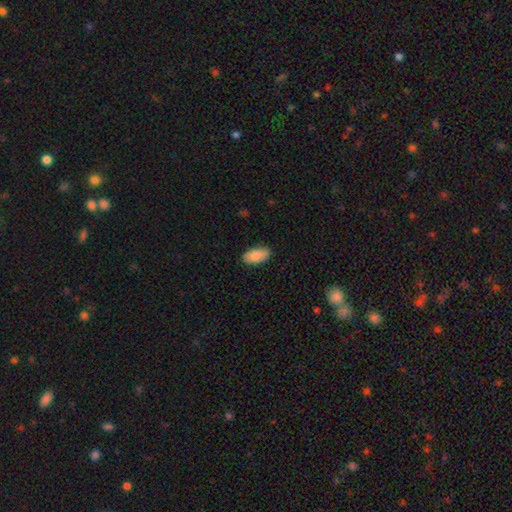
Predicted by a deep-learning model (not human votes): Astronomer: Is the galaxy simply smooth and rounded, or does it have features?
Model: smooth — 88%.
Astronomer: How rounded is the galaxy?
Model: in between — 94%.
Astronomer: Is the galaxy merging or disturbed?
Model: none — 85%.